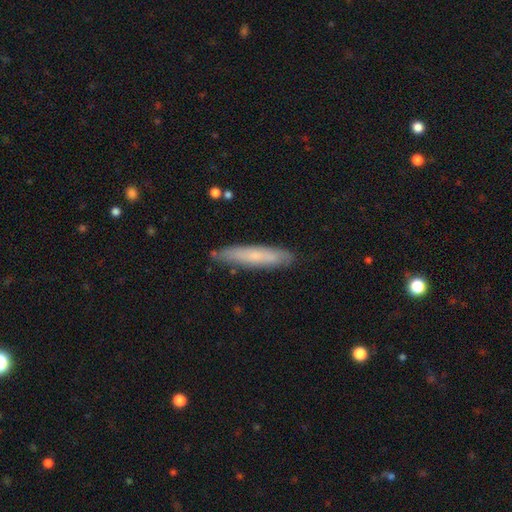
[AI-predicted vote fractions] This appears to be a smooth galaxy with no disk features (62%) that is cigar-shaped (90%). Merging: none (84%).